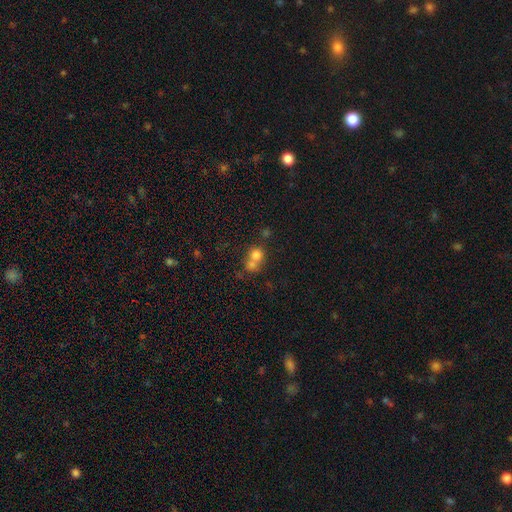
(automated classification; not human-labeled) Smooth or featured?
  - smooth: 74% *
  - featured or disk: 13%
  - star or artifact: 13%
How rounded?
  - round: 82% *
  - in between: 17%
  - cigar-shaped: 1%
Merging?
  - merger: 57% *
  - none: 34%
  - minor disturbance: 6%
  - major disturbance: 3%